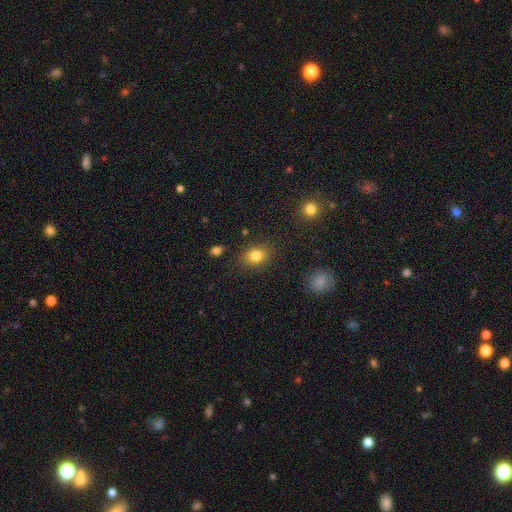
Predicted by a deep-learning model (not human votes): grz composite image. It shows a smooth galaxy with no disk features (82%) that is in between round and cigar-shaped (58%). Merging: none (84%).